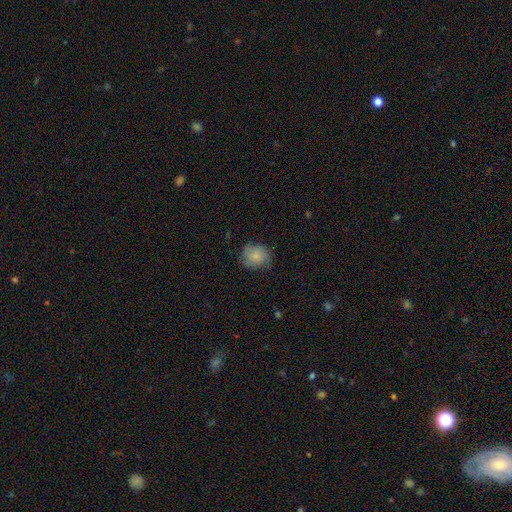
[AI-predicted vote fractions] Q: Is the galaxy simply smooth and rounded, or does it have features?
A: smooth — 77%.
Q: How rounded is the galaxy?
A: round — 76%.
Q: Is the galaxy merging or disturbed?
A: none — 69%.